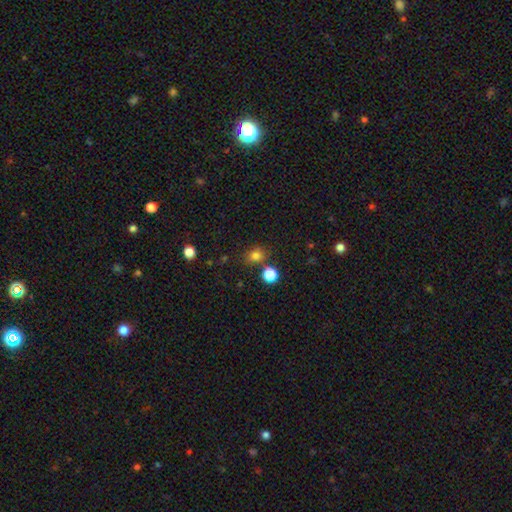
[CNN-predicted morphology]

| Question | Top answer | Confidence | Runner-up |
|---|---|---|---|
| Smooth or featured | smooth | 78% | star or artifact (16%) |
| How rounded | round | 67% | in between (32%) |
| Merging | none | 74% | minor disturbance (12%) |